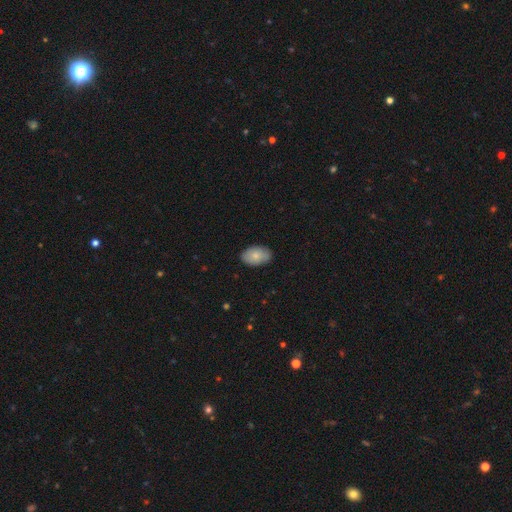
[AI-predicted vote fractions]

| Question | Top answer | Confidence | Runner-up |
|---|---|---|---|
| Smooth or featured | smooth | 80% | featured or disk (14%) |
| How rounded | in between | 91% | round (8%) |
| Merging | none | 84% | minor disturbance (13%) |